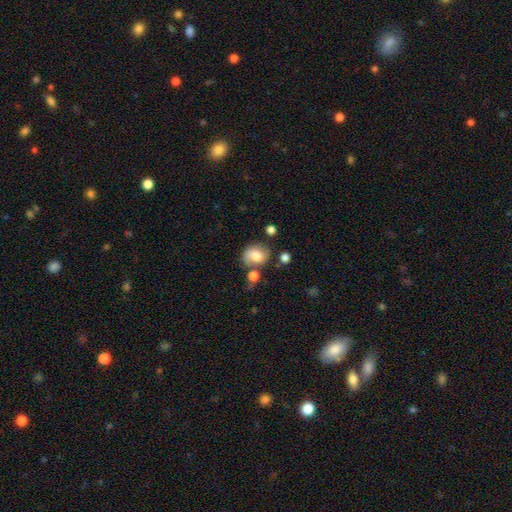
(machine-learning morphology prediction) A smooth galaxy with no disk features (64%) that is round (53%).

Vote fractions:
- Smooth or featured? smooth: 64% / featured or disk: 27% / star or artifact: 9%
- How rounded? round: 53% / in between: 45% / cigar-shaped: 1%
- Merging? none: 56% / minor disturbance: 21% / merger: 15% / major disturbance: 8%